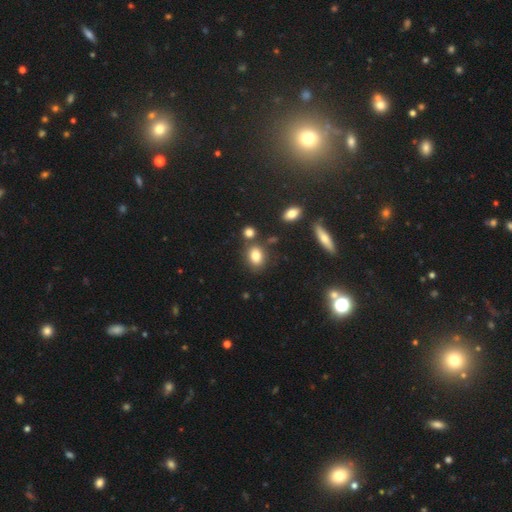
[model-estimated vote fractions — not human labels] smooth_or_featured: smooth (p=0.81) [alt: star or artifact p=0.11]
how_rounded: in between (p=0.67) [alt: round p=0.31]
merging: none (p=0.71) [alt: minor disturbance p=0.13]